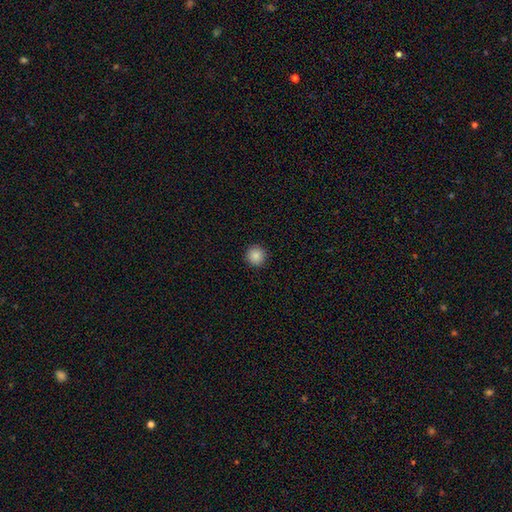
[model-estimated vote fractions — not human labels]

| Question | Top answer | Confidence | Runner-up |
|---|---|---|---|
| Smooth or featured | smooth | 88% | star or artifact (9%) |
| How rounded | round | 95% | in between (4%) |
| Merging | none | 92% | minor disturbance (5%) |